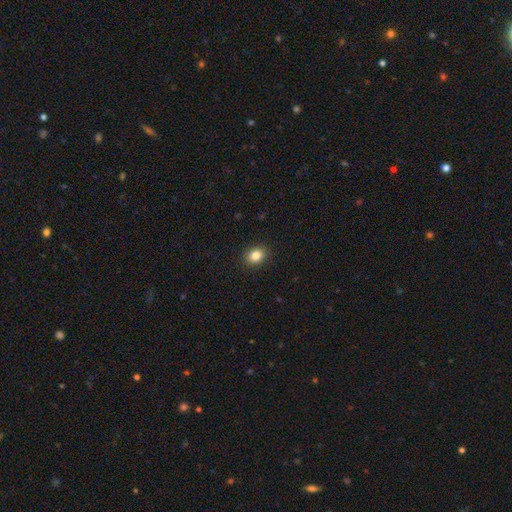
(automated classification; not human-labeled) A smooth galaxy with no disk features (85%) that is in between round and cigar-shaped (55%). Merging: none (90%).